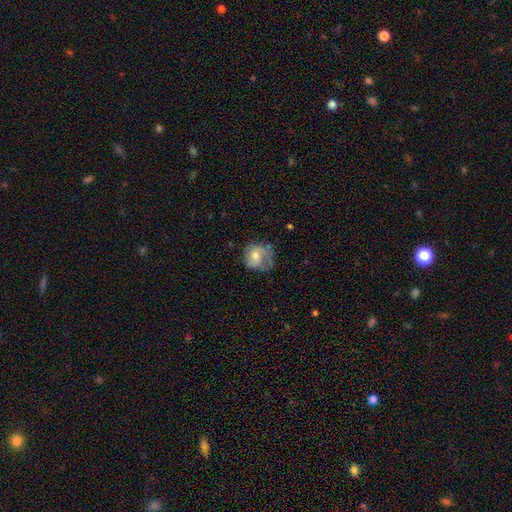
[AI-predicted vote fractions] Smooth or featured? Predicted: smooth (p=0.51). How rounded? Predicted: round (p=0.70). Merging? Predicted: none (p=0.44).